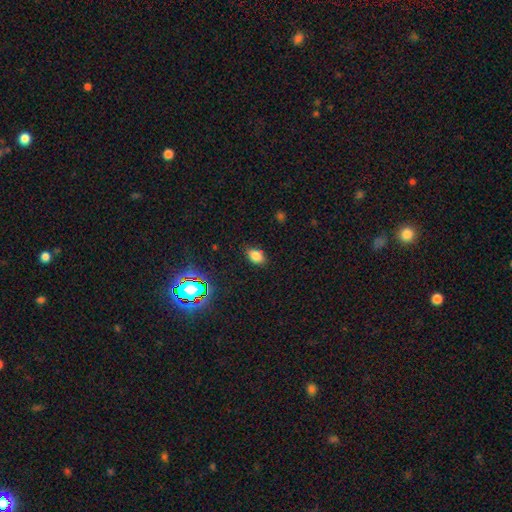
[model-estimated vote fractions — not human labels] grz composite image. It shows a smooth galaxy with no disk features (79%) that is in between round and cigar-shaped (81%). Merging: none (84%).